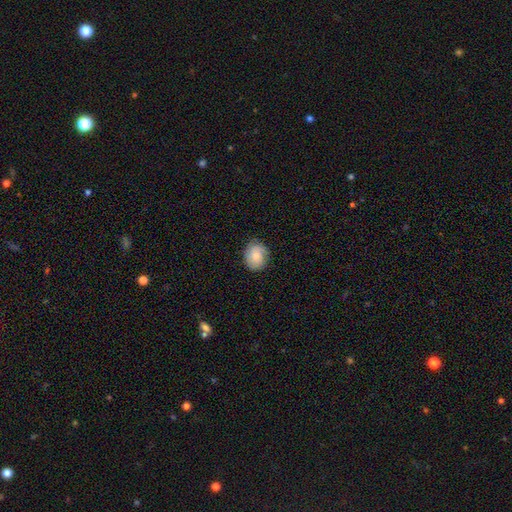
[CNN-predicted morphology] Overall: smooth (71%). How rounded: in between (50%; round 49%). Merging: none (79%).